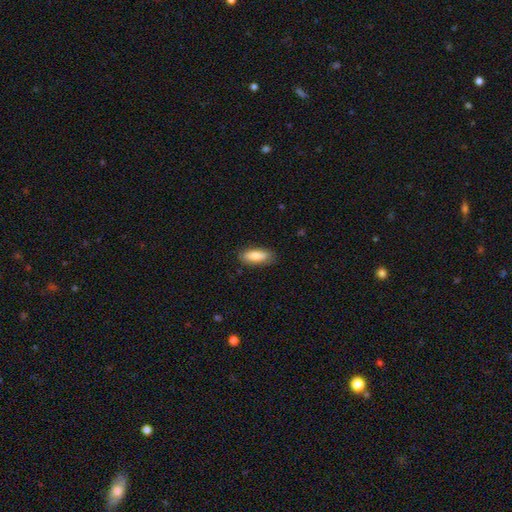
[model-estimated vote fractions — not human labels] Overall: smooth (84%). How rounded: in between (65%; cigar-shaped 33%). Merging: none (84%).